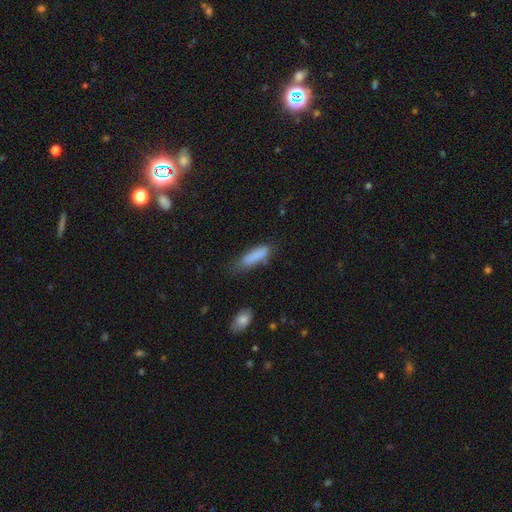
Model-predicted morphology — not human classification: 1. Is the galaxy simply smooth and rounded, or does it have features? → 85% smooth, 8% featured or disk, 7% star or artifact.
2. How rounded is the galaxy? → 66% cigar-shaped, 32% in between, 2% round.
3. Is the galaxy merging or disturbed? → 61% none, 27% minor disturbance, 8% major disturbance, 4% merger.